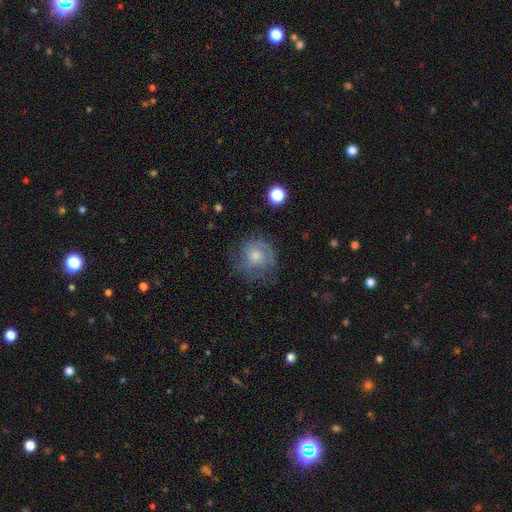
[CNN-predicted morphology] This appears to be a featured or disk galaxy (55%) with no bar (77%), spiral arms (80%) and a moderate central bulge (48%). Merging: none (67%).